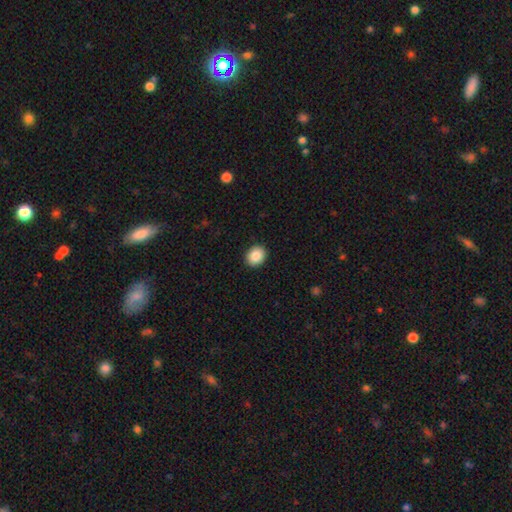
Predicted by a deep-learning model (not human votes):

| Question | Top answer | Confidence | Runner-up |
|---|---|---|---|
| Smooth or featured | smooth | 87% | star or artifact (8%) |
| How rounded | round | 56% | in between (43%) |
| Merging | none | 91% | minor disturbance (6%) |